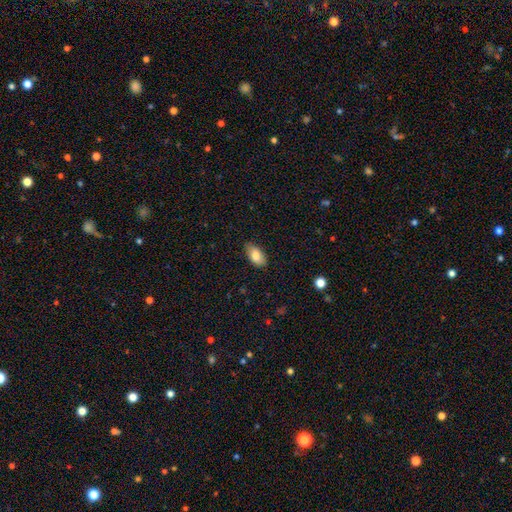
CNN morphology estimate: Smooth or featured? Predicted: smooth (p=0.85). How rounded? Predicted: in between (p=0.93). Merging? Predicted: none (p=0.82).